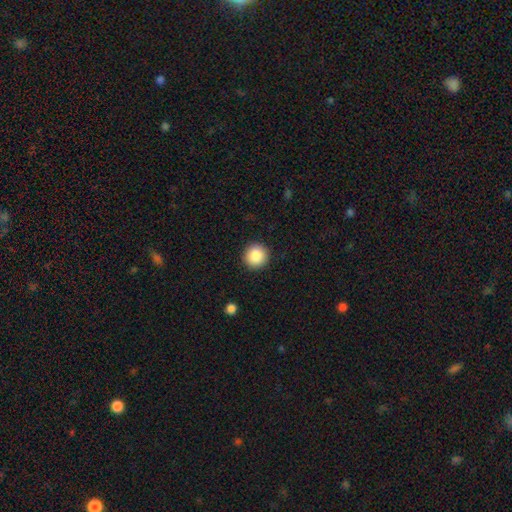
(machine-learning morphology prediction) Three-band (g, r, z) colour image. It shows a smooth galaxy with no disk features (87%) that is round (95%). Merging: none (92%).